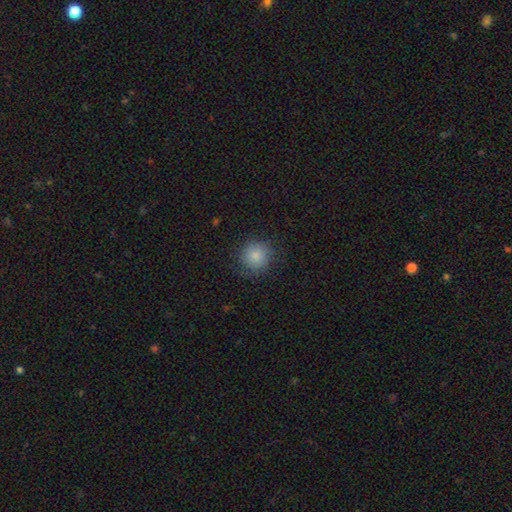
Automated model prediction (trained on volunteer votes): Smooth or featured: smooth — 84% (star or artifact — 10%)
How rounded: round — 93% (in between — 6%)
Merging: none — 83% (minor disturbance — 12%)